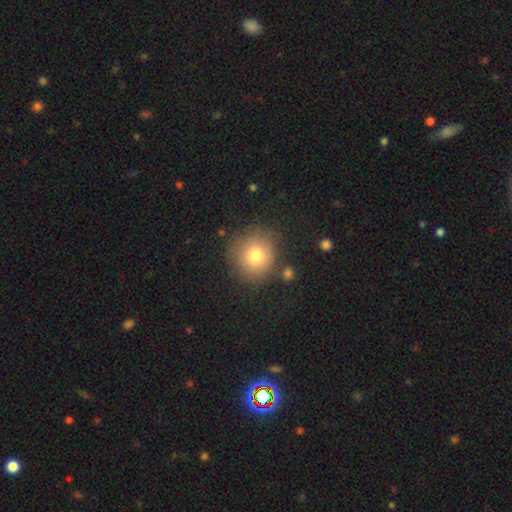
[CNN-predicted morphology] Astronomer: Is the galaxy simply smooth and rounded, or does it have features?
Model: smooth — 78%.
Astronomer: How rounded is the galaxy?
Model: round — 87%.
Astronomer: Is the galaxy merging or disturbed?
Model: none — 80%.